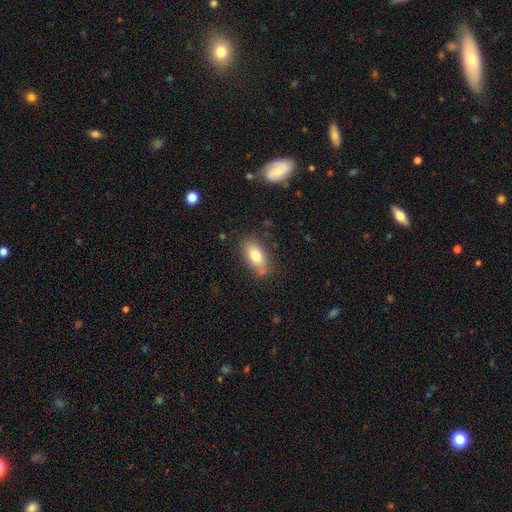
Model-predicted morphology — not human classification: Q: Smooth or featured?
A: smooth (78%); runner-up: featured or disk (14%)
Q: How rounded?
A: in between (89%); runner-up: round (6%)
Q: Merging?
A: none (78%); runner-up: minor disturbance (15%)